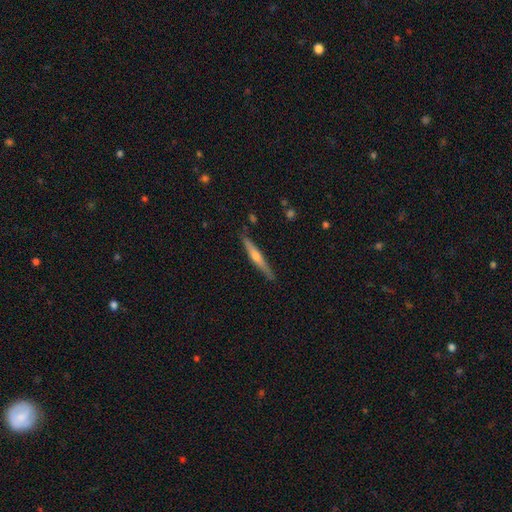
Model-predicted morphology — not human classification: Smooth or featured? featured or disk (67%)
Edge-on disk? yes (97%)
Edge-on bulge? rounded (80%)
Merging? none (89%)